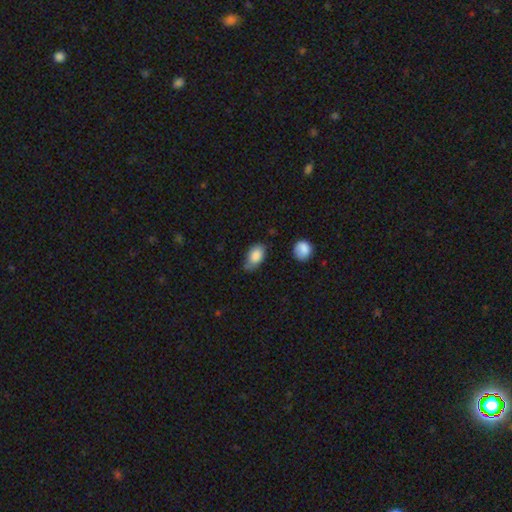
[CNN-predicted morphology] A smooth galaxy with no disk features (86%) that is in between round and cigar-shaped (90%).

Vote fractions:
- Smooth or featured? smooth: 86% / featured or disk: 7% / star or artifact: 7%
- How rounded? in between: 90% / round: 8% / cigar-shaped: 2%
- Merging? none: 55% / minor disturbance: 35% / major disturbance: 6% / merger: 4%